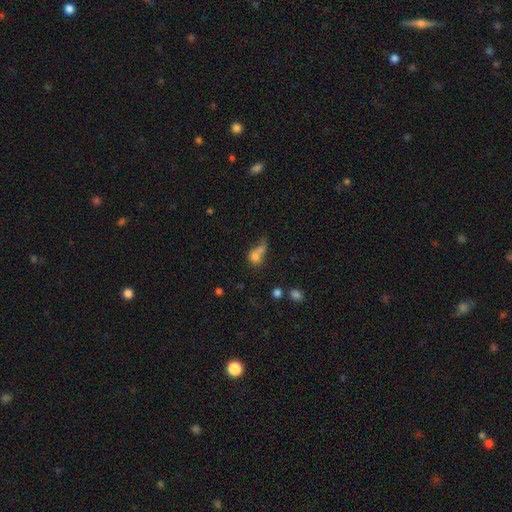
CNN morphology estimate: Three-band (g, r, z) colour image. It shows a smooth galaxy with no disk features (71%) that is round (58%). Merging: merger (48%).